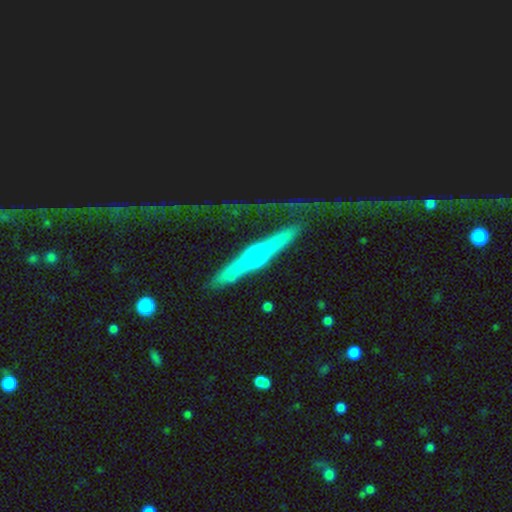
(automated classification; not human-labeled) The model was most divided on "merging": none: 69%, minor disturbance: 18%, major disturbance: 9%, merger: 4%. More confident: edge-on disk — yes (94%); edge-on bulge — rounded (88%); smooth or featured — featured or disk (72%).